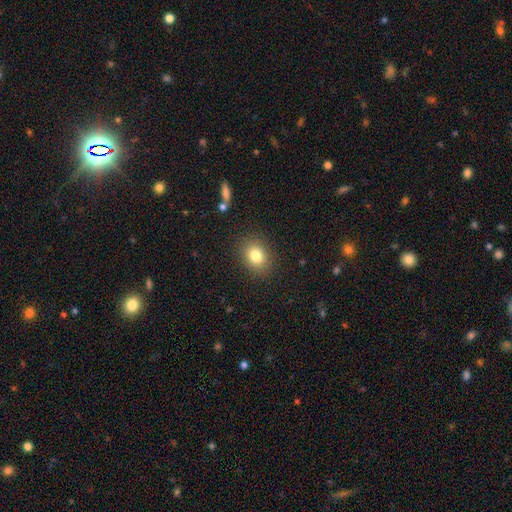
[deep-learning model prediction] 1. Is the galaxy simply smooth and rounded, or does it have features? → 81% smooth, 11% star or artifact, 8% featured or disk.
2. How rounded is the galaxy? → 50% round, 49% in between, 1% cigar-shaped.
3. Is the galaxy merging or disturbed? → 87% none, 9% minor disturbance, 3% major disturbance, 1% merger.